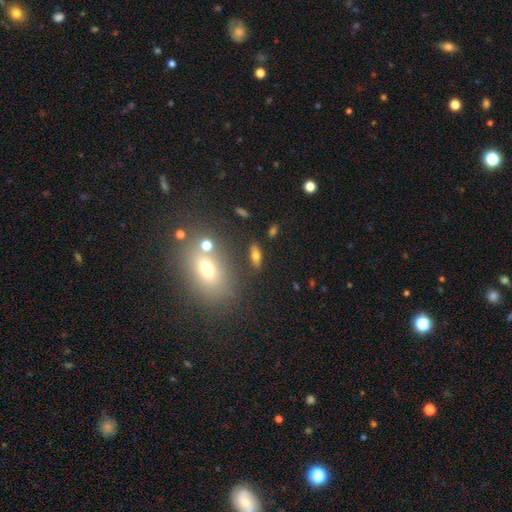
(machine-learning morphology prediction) Q: Smooth or featured?
A: smooth (63%); runner-up: featured or disk (24%)
Q: How rounded?
A: in between (70%); runner-up: cigar-shaped (21%)
Q: Merging?
A: none (78%); runner-up: minor disturbance (11%)